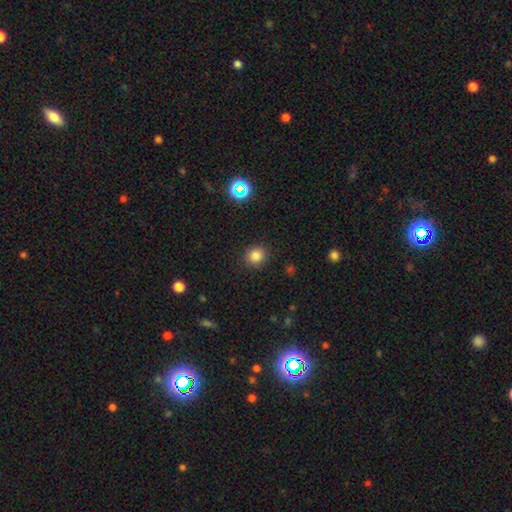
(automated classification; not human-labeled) Smooth or featured? smooth (81%)
How rounded? round (85%)
Merging? none (89%)